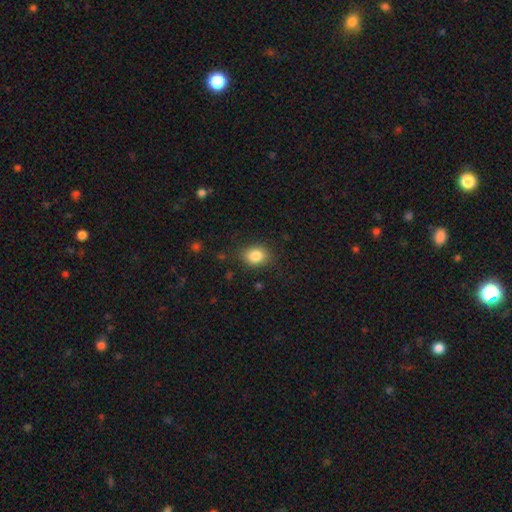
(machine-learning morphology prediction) Smooth or featured? smooth (85%)
How rounded? in between (52%)
Merging? none (82%)